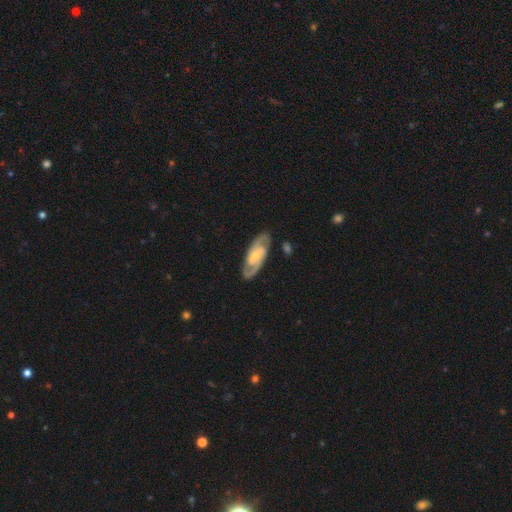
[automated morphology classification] smooth_or_featured: featured or disk (p=0.84) [alt: smooth p=0.12]
disk_edge_on: no (p=0.94) [alt: yes p=0.06]
bar: weak (p=0.45) [alt: strong p=0.27]
has_spiral_arms: yes (p=0.95) [alt: no p=0.05]
spiral_winding: medium (p=0.50) [alt: tight p=0.37]
spiral_arm_count: 2 (p=0.89) [alt: can't tell p=0.05]
bulge_size: small (p=0.56) [alt: moderate p=0.38]
merging: none (p=0.84) [alt: minor disturbance p=0.11]